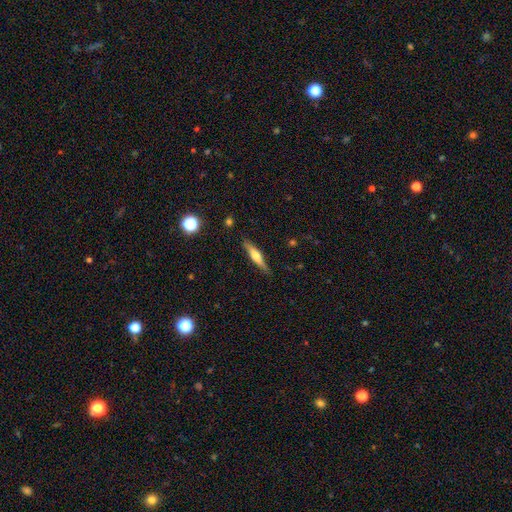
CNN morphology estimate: A featured or disk galaxy (50%) viewed edge-on (93%).

Vote fractions:
- Smooth or featured? featured or disk: 50% / smooth: 43% / star or artifact: 6%
- Edge-on disk? yes: 93% / no: 7%
- Merging? none: 84% / minor disturbance: 12% / major disturbance: 2% / merger: 1%